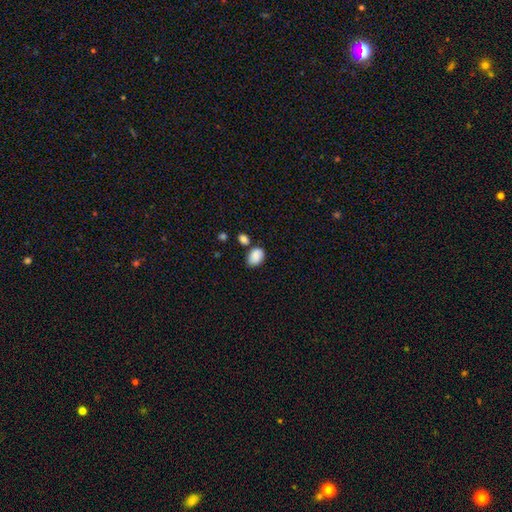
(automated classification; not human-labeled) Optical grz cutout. It shows a smooth galaxy with no disk features (87%) that is in between round and cigar-shaped (82%). Merging: none (61%).